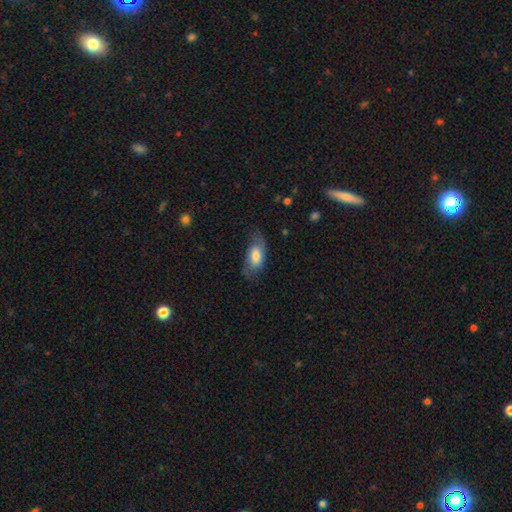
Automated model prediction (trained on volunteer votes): A smooth galaxy with no disk features (60%) that is in between round and cigar-shaped (88%).

Vote fractions:
- Smooth or featured? smooth: 60% / featured or disk: 33% / star or artifact: 6%
- How rounded? in between: 88% / cigar-shaped: 8% / round: 4%
- Merging? none: 60% / minor disturbance: 26% / major disturbance: 13% / merger: 1%